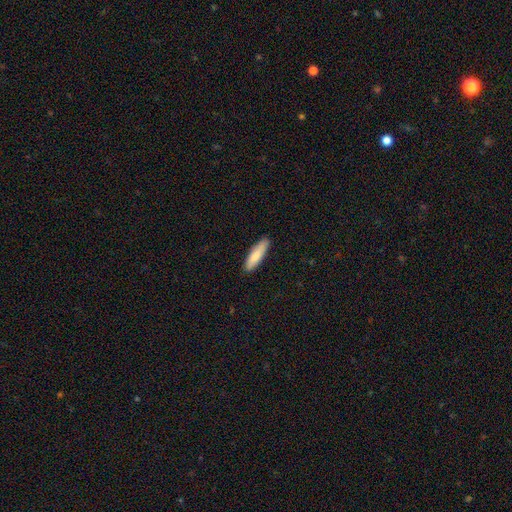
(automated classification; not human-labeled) Smooth or featured?
  - smooth: 83% *
  - featured or disk: 12%
  - star or artifact: 5%
How rounded?
  - cigar-shaped: 66% *
  - in between: 33%
  - round: 1%
Merging?
  - none: 88% *
  - minor disturbance: 10%
  - major disturbance: 2%
  - merger: 1%